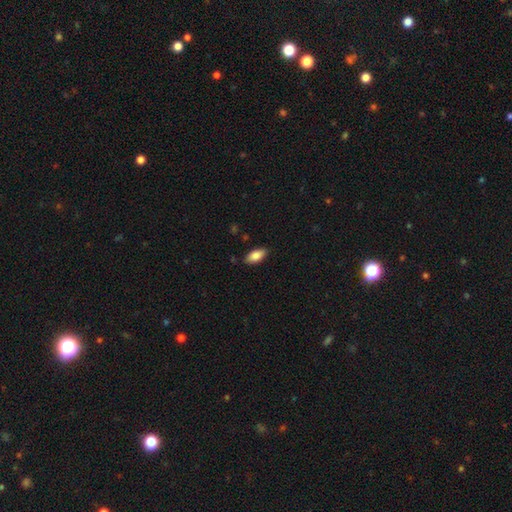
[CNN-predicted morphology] Smooth or featured? smooth (84%)
How rounded? in between (90%)
Merging? none (85%)